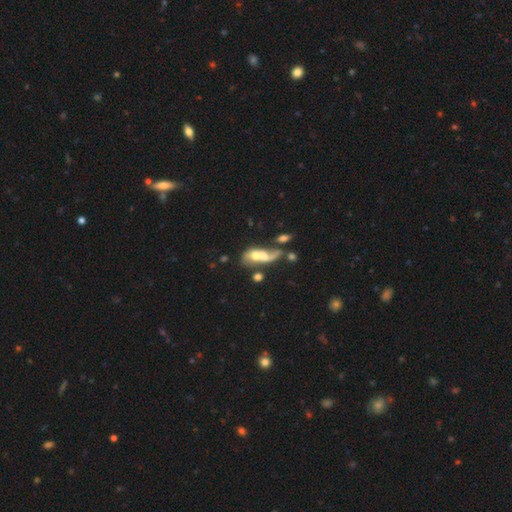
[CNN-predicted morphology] Smooth or featured?
  - featured or disk: 53% *
  - smooth: 37%
  - star or artifact: 10%
Edge-on disk?
  - no: 92% *
  - yes: 8%
Merging?
  - merger: 62% *
  - none: 15%
  - major disturbance: 15%
  - minor disturbance: 8%